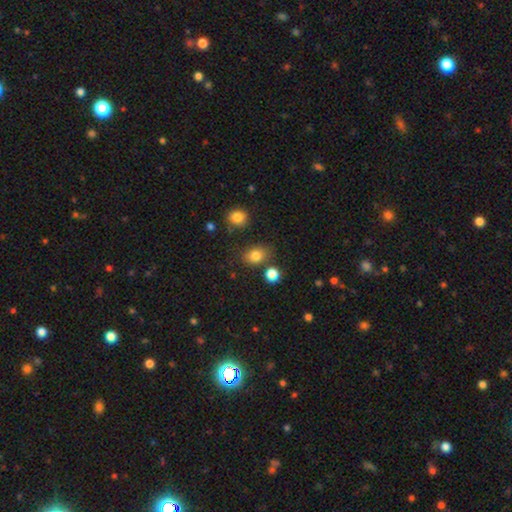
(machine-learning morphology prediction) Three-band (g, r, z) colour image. It shows a smooth galaxy with no disk features (81%) that is in between round and cigar-shaped (60%). Merging: none (76%).